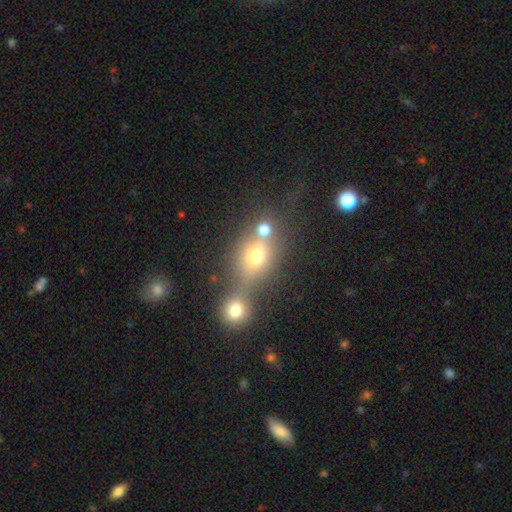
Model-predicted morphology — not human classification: smooth_or_featured: smooth (p=0.64) [alt: star or artifact p=0.19]
how_rounded: round (p=0.56) [alt: in between p=0.40]
merging: merger (p=0.44) [alt: none p=0.40]